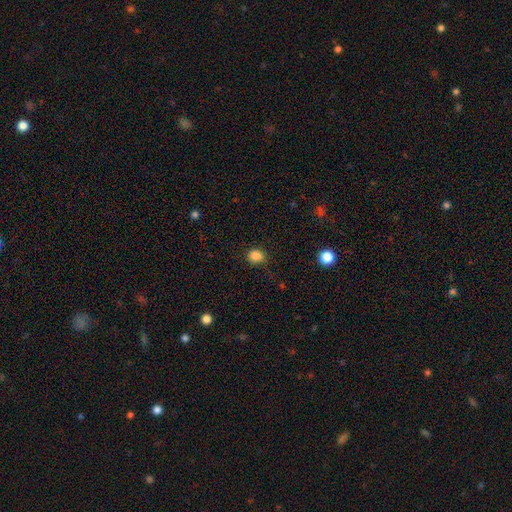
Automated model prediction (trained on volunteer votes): Overall: smooth (86%). How rounded: round (70%). Merging: none (84%).